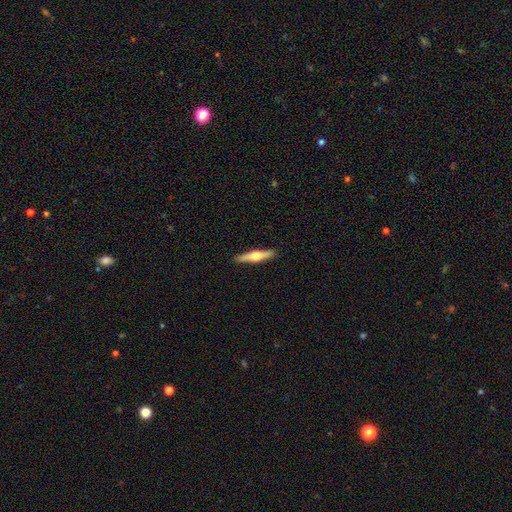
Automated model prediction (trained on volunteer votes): smooth-or-featured: featured or disk: 56% | smooth: 39% | star or artifact: 5%
  disk-edge-on: yes: 96% | no: 4%
    edge-on-bulge: rounded: 93% | boxy: 3% | none: 3%
  merging: none: 91% | minor disturbance: 6% | major disturbance: 1% | merger: 1%